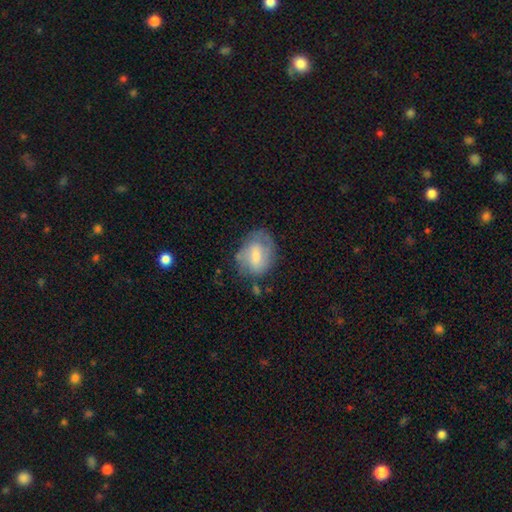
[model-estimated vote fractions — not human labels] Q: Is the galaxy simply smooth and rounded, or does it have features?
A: featured or disk — 47%.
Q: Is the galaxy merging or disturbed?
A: none — 60%.